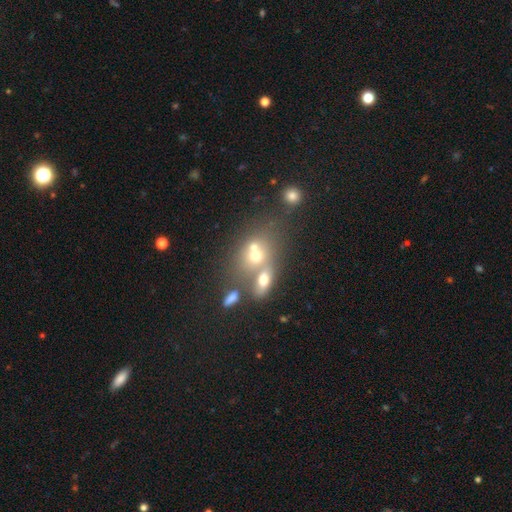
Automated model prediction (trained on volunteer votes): Q: Smooth or featured?
A: smooth (59%); runner-up: featured or disk (24%)
Q: How rounded?
A: round (54%); runner-up: in between (44%)
Q: Merging?
A: merger (57%); runner-up: none (29%)